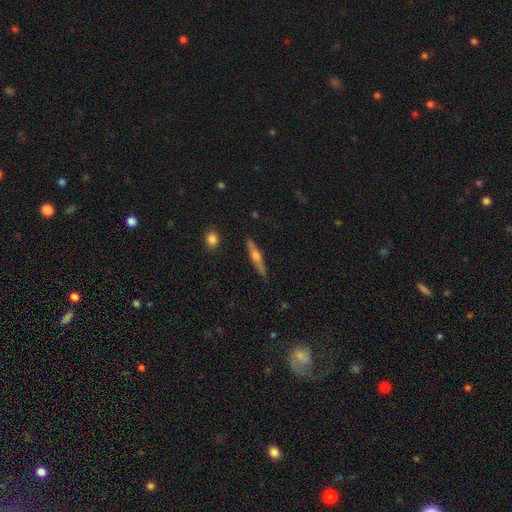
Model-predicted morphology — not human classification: Overall: featured or disk (57%; smooth 37%). Edge-on disk: yes (96%). Edge-on bulge: rounded (87%). Merging: none (86%).